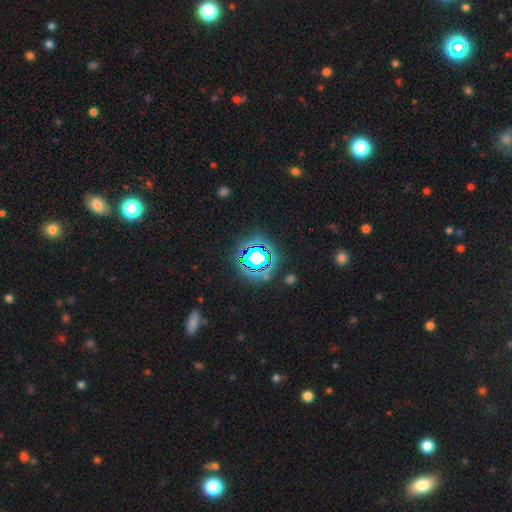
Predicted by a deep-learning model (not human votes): Q: Smooth or featured?
A: star or artifact (73%); runner-up: smooth (17%)